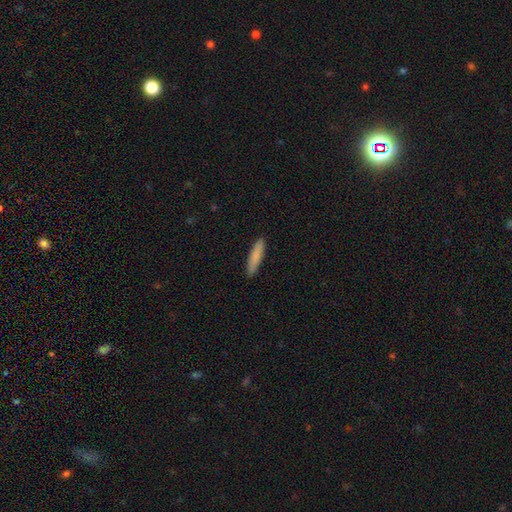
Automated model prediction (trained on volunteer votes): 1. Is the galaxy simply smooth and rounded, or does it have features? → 84% smooth, 11% featured or disk, 6% star or artifact.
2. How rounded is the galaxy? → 84% cigar-shaped, 14% in between, 1% round.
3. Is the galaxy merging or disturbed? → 90% none, 8% minor disturbance, 1% major disturbance, 1% merger.